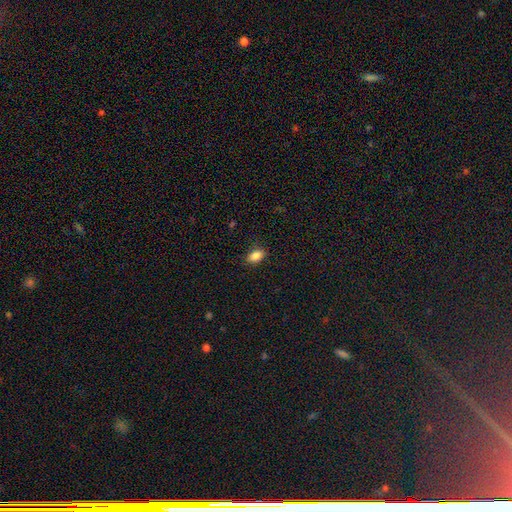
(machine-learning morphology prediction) Smooth or featured? smooth (86%)
How rounded? in between (88%)
Merging? none (85%)